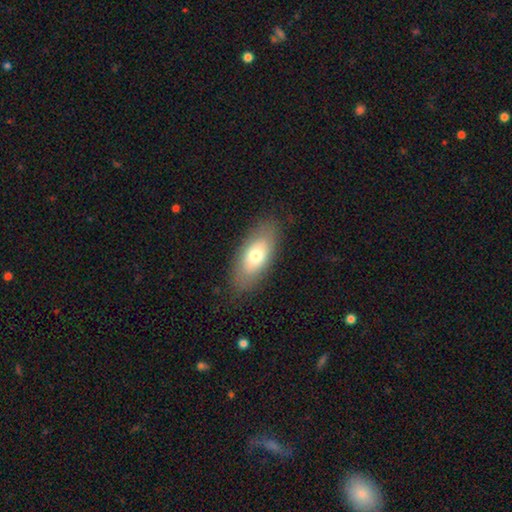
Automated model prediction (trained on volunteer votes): smooth_or_featured: smooth (p=0.67) [alt: featured or disk p=0.26]
how_rounded: in between (p=0.85) [alt: cigar-shaped p=0.11]
merging: none (p=0.83) [alt: minor disturbance p=0.12]